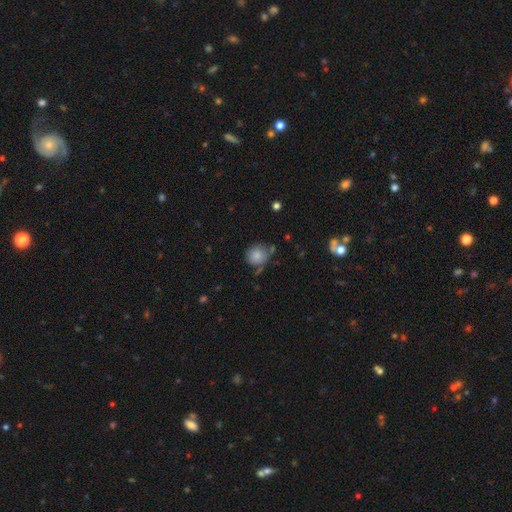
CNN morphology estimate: A smooth galaxy with no disk features (77%) that is round (84%).

Vote fractions:
- Smooth or featured? smooth: 77% / featured or disk: 12% / star or artifact: 11%
- How rounded? round: 84% / in between: 15% / cigar-shaped: 1%
- Merging? none: 63% / minor disturbance: 22% / merger: 8% / major disturbance: 7%